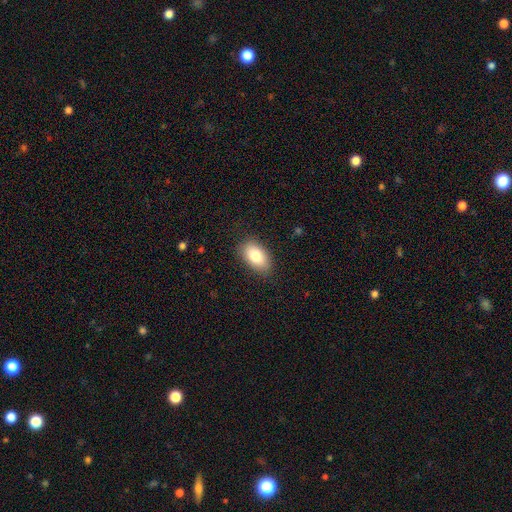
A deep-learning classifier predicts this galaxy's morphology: type=smooth (83%); roundness=in between (93%); merging=none (84%).